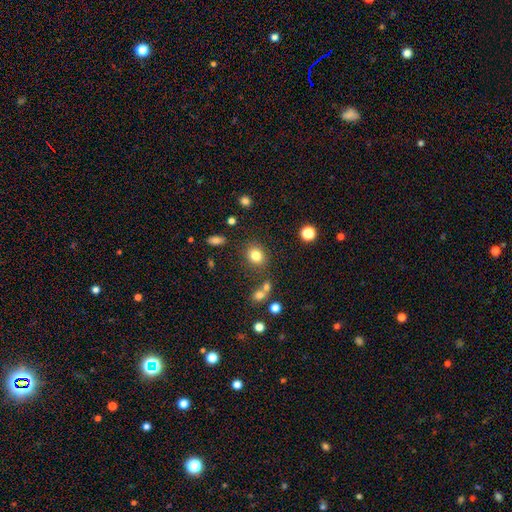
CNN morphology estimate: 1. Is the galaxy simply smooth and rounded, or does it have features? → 80% smooth, 12% star or artifact, 7% featured or disk.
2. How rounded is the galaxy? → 68% round, 31% in between, 1% cigar-shaped.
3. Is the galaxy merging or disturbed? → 81% none, 10% minor disturbance, 6% merger, 4% major disturbance.